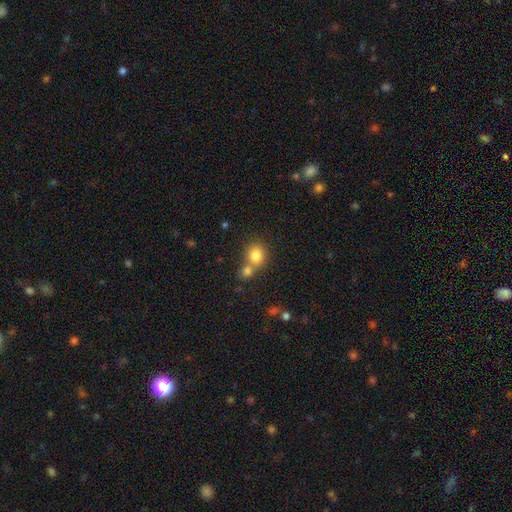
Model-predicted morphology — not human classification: Q: Smooth or featured?
A: smooth (81%); runner-up: star or artifact (11%)
Q: How rounded?
A: round (73%); runner-up: in between (26%)
Q: Merging?
A: none (47%); runner-up: merger (42%)